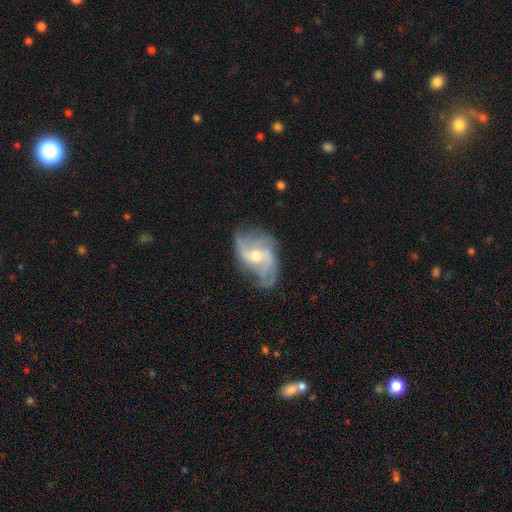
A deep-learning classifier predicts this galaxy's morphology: smooth_or_featured: featured or disk (p=0.79) [alt: smooth p=0.14]
disk_edge_on: no (p=0.96) [alt: yes p=0.04]
bar: no (p=0.49) [alt: weak p=0.40]
has_spiral_arms: yes (p=0.92) [alt: no p=0.08]
spiral_winding: loose (p=0.57) [alt: medium p=0.33]
spiral_arm_count: 2 (p=0.56) [alt: 3 p=0.17]
bulge_size: moderate (p=0.53) [alt: small p=0.42]
merging: none (p=0.60) [alt: minor disturbance p=0.24]